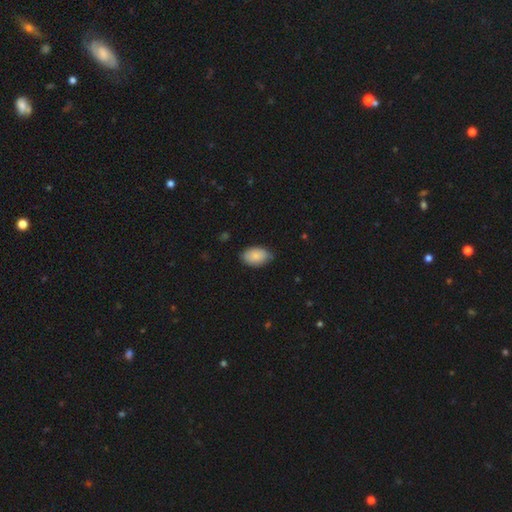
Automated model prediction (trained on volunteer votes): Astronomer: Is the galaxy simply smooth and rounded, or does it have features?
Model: smooth — 85%.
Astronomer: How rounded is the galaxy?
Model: in between — 92%.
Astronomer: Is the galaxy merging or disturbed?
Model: none — 76%.